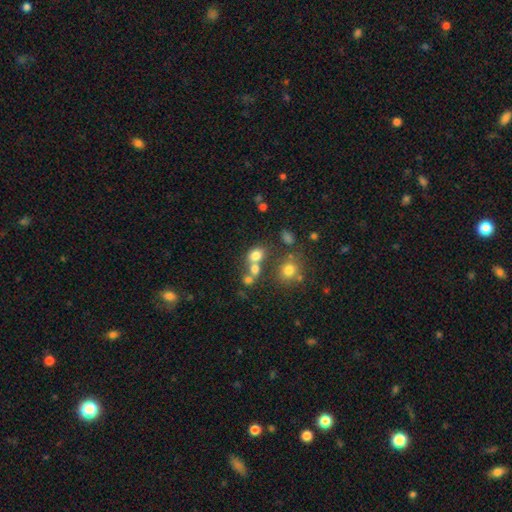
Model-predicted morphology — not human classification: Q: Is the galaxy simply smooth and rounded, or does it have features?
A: smooth — 72%.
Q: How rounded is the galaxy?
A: round — 55%.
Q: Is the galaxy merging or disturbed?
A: none — 43%.